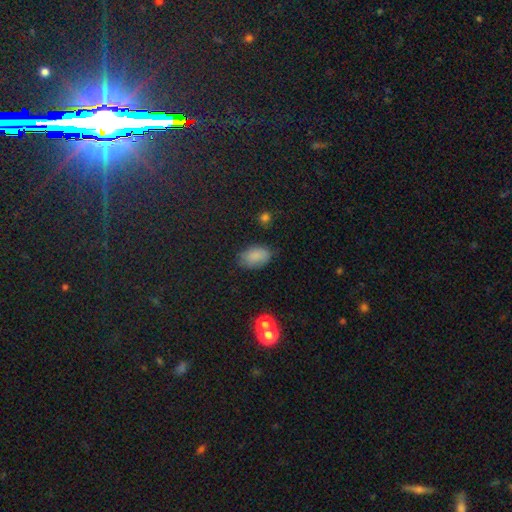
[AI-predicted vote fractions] A smooth galaxy with no disk features (83%) that is in between round and cigar-shaped (89%). Merging: none (72%).